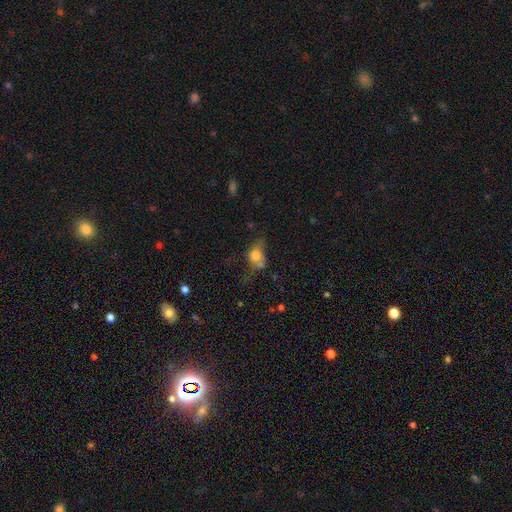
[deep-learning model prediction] smooth_or_featured: smooth (p=0.69) [alt: featured or disk p=0.19]
how_rounded: round (p=0.53) [alt: in between p=0.44]
merging: none (p=0.36) [alt: minor disturbance p=0.25]